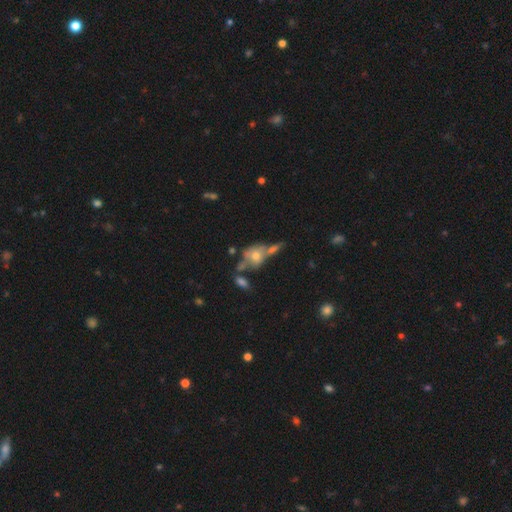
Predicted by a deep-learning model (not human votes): Morphology: type=smooth (47%); merging=none (37%).